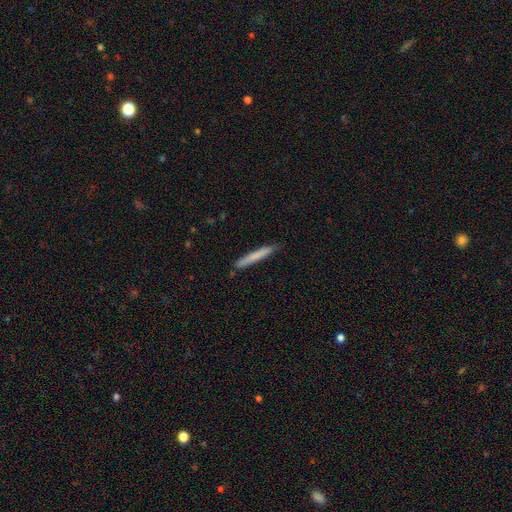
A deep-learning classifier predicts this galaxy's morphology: smooth 74%, featured or disk 20%, star or artifact 6%. Down the decision tree: how rounded — cigar-shaped (96%); merging — none (87%).